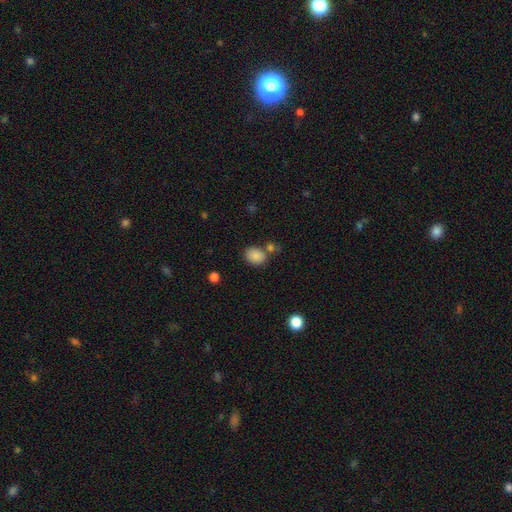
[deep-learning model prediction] The model was most divided on "how rounded": in between: 60%, round: 39%, cigar-shaped: 1%. More confident: smooth or featured — smooth (85%); merging — none (67%).